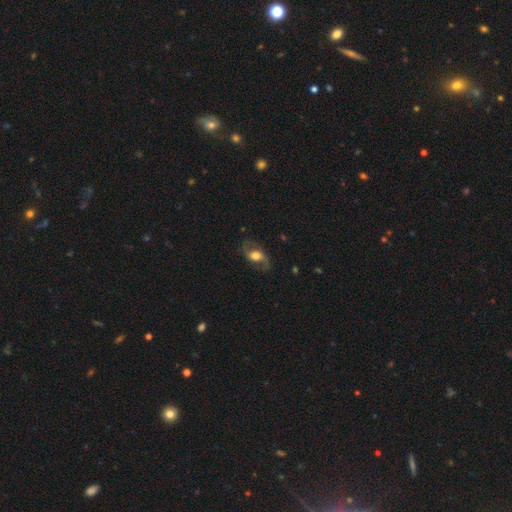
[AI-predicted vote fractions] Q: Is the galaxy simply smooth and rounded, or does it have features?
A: featured or disk — 70%.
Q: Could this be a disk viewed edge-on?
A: no — 94%.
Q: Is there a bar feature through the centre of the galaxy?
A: no — 49%.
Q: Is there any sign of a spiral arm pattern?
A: yes — 86%.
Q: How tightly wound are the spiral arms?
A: loose — 48%.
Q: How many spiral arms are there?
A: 2 — 91%.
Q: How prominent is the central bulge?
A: moderate — 45%.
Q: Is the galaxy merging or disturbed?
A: none — 76%.